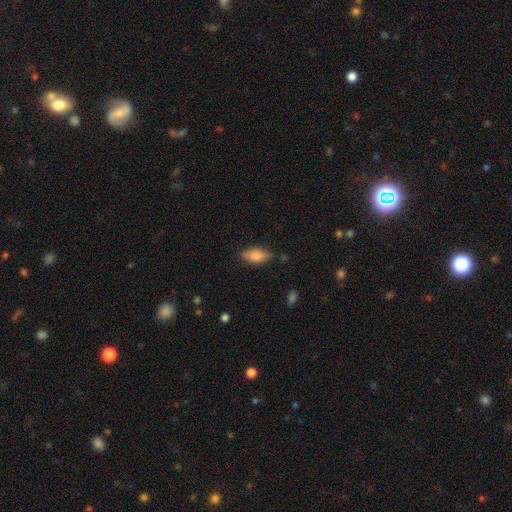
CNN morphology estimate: This is likely a smooth galaxy (72%). How rounded: clearly in between (83%). Merging: likely none (78%).